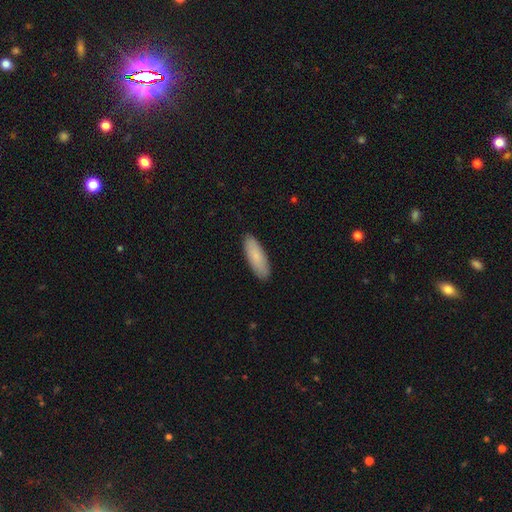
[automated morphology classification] Smooth or featured?
  - smooth: 84% *
  - featured or disk: 10%
  - star or artifact: 6%
How rounded?
  - in between: 57% *
  - cigar-shaped: 41%
  - round: 2%
Merging?
  - none: 89% *
  - minor disturbance: 9%
  - major disturbance: 2%
  - merger: 1%